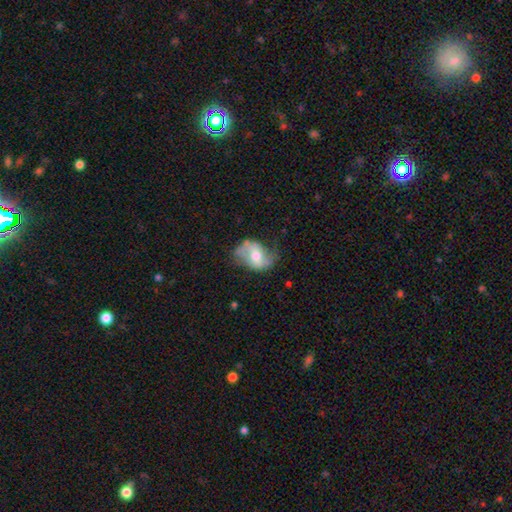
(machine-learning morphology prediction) smooth_or_featured: featured or disk (p=0.65) [alt: smooth p=0.29]
disk_edge_on: no (p=0.96) [alt: yes p=0.04]
bar: no (p=0.45) [alt: weak p=0.40]
has_spiral_arms: yes (p=0.80) [alt: no p=0.20]
bulge_size: moderate (p=0.65) [alt: small p=0.16]
merging: none (p=0.56) [alt: minor disturbance p=0.27]